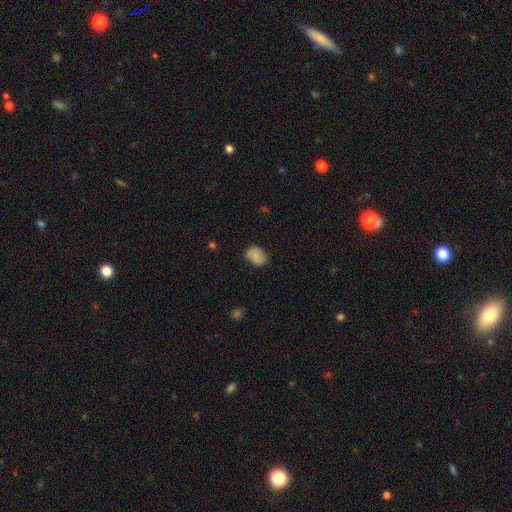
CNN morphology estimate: This is likely a smooth galaxy (75%). How rounded: likely in between (69%). Merging: likely none (76%).